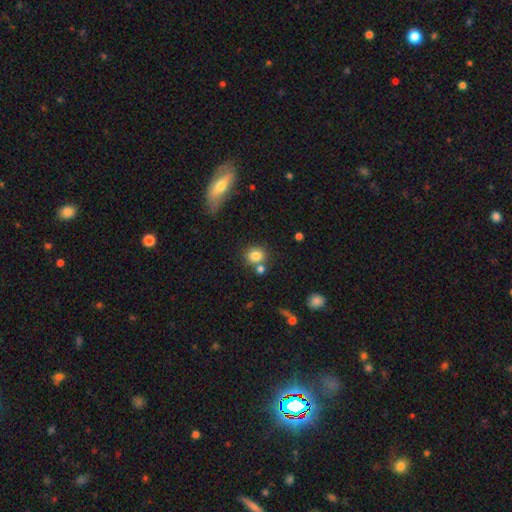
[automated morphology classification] Smooth or featured? smooth (82%)
How rounded? round (75%)
Merging? none (65%)